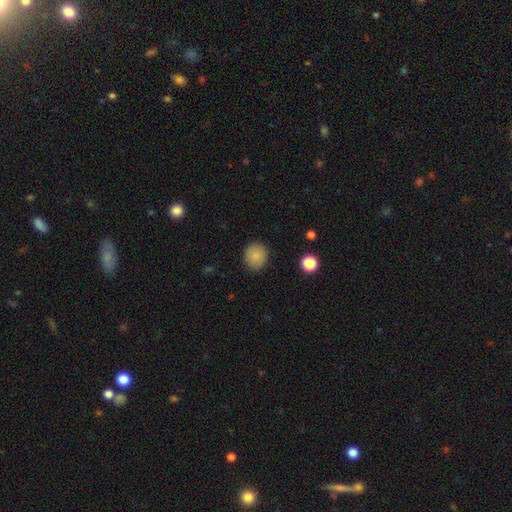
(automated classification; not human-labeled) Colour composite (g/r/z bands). It shows a smooth galaxy with no disk features (85%) that is round (86%). Merging: none (88%).